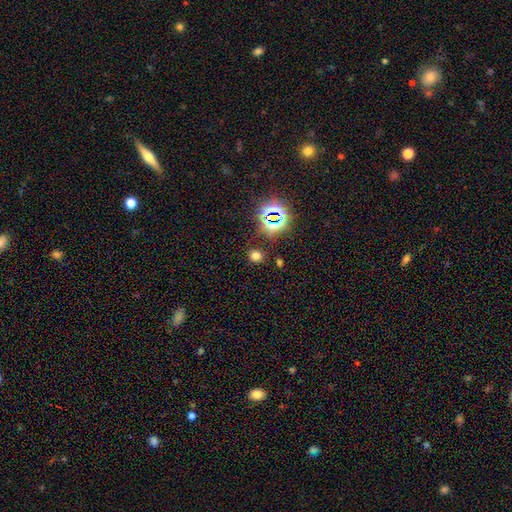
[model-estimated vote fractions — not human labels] smooth_or_featured: smooth (p=0.66) [alt: star or artifact p=0.28]
how_rounded: round (p=0.77) [alt: in between p=0.21]
merging: none (p=0.85) [alt: minor disturbance p=0.08]